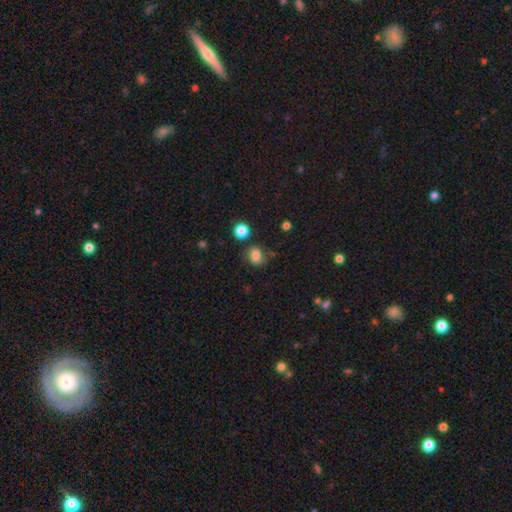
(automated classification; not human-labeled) Smooth or featured? Predicted: smooth (p=0.80). How rounded? Predicted: in between (p=0.50). Merging? Predicted: none (p=0.67).